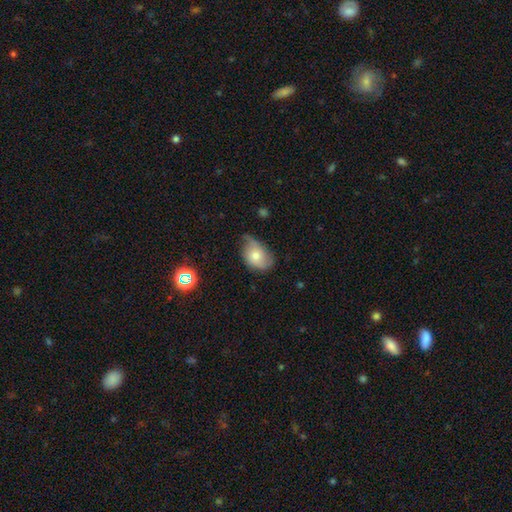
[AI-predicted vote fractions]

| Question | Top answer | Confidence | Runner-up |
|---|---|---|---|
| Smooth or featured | smooth | 63% | featured or disk (28%) |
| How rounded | in between | 77% | round (22%) |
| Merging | none | 43% | minor disturbance (42%) |